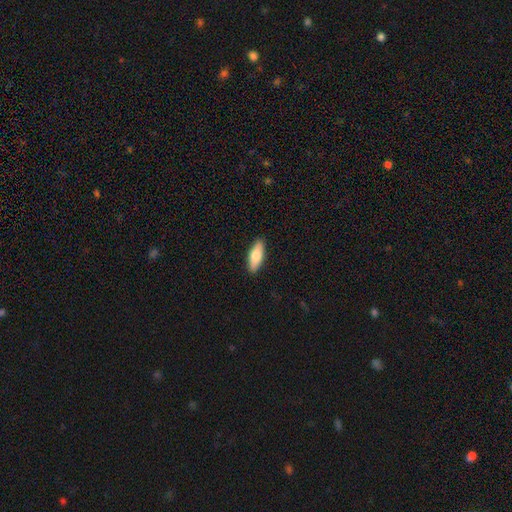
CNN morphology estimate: Smooth or featured?
  - smooth: 73% *
  - featured or disk: 22%
  - star or artifact: 5%
How rounded?
  - in between: 65% *
  - cigar-shaped: 33%
  - round: 2%
Merging?
  - none: 90% *
  - minor disturbance: 7%
  - major disturbance: 2%
  - merger: 1%